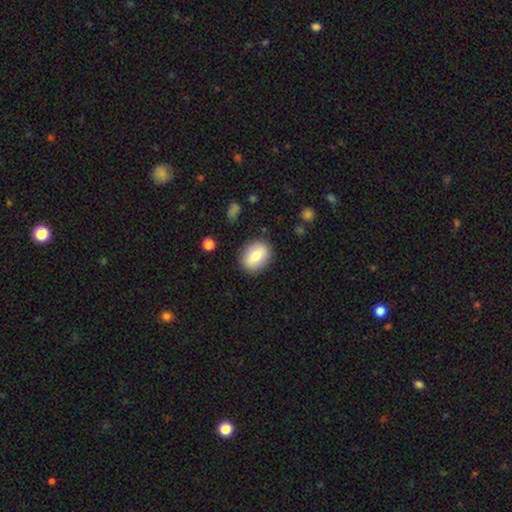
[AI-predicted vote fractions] smooth 77%, featured or disk 16%, star or artifact 8%. Down the decision tree: how rounded — in between (58%); merging — none (86%).